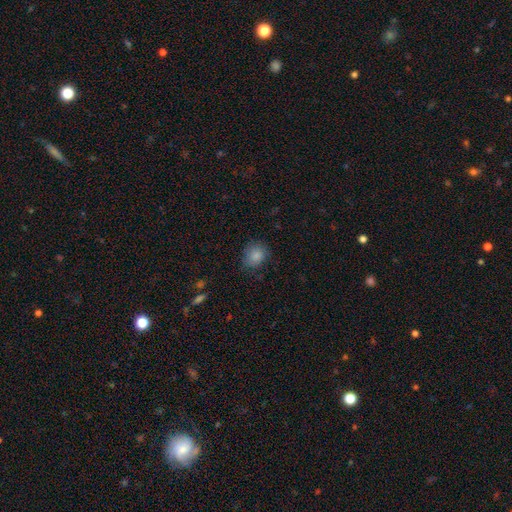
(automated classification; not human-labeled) The model was most divided on "how rounded": round: 67%, in between: 32%, cigar-shaped: 1%. More confident: smooth or featured — smooth (85%); merging — none (75%).